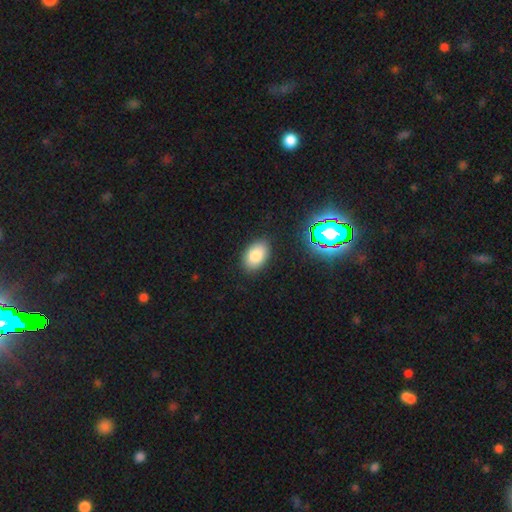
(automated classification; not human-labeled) Overall: smooth (81%). How rounded: in between (90%). Merging: none (88%).